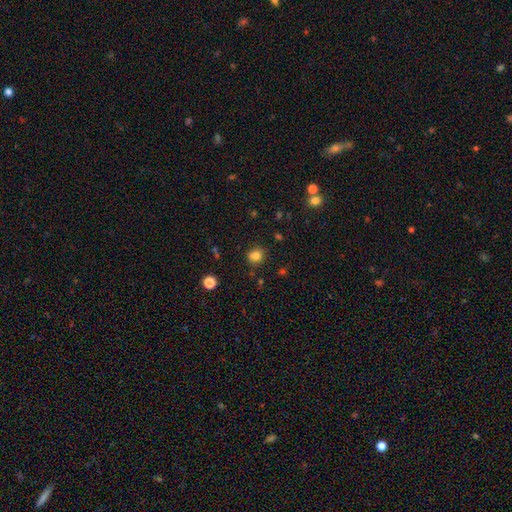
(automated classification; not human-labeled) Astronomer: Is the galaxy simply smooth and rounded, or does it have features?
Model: smooth — 79%.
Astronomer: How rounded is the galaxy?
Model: round — 77%.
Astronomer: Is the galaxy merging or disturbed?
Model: none — 71%.